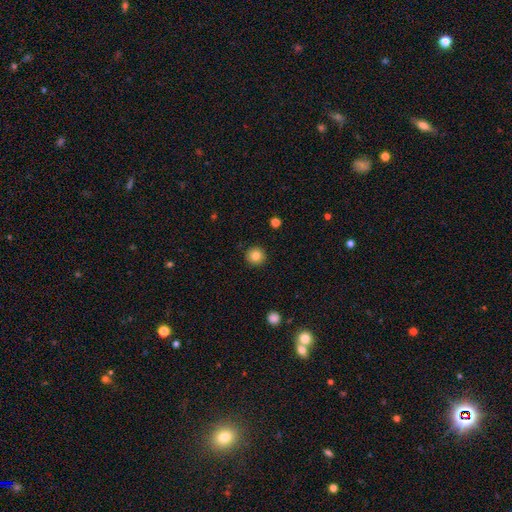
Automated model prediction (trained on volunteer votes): Smooth or featured? Predicted: smooth (p=0.83). How rounded? Predicted: round (p=0.94). Merging? Predicted: none (p=0.92).